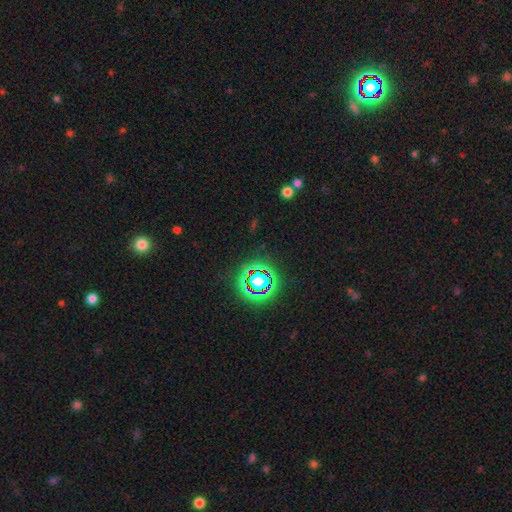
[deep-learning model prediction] Smooth or featured? star or artifact (77%)